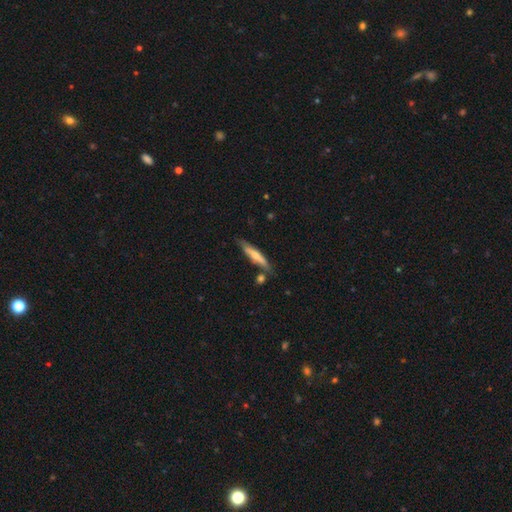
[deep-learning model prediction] Q: Smooth or featured?
A: smooth (50%); runner-up: featured or disk (44%)
Q: How rounded?
A: cigar-shaped (87%); runner-up: in between (11%)
Q: Merging?
A: none (72%); runner-up: minor disturbance (16%)